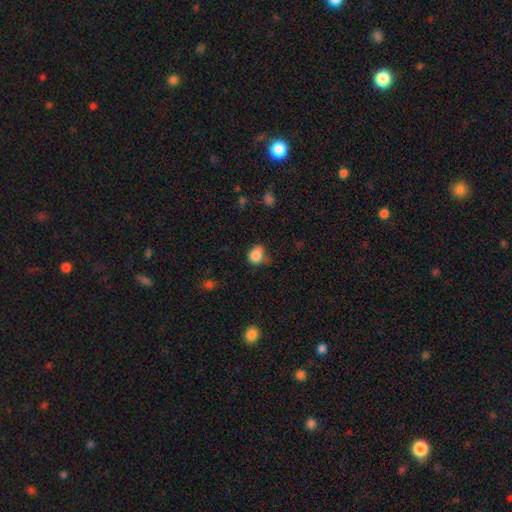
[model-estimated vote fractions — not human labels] Smooth or featured? Predicted: smooth (p=0.84). How rounded? Predicted: round (p=0.58). Merging? Predicted: none (p=0.51).